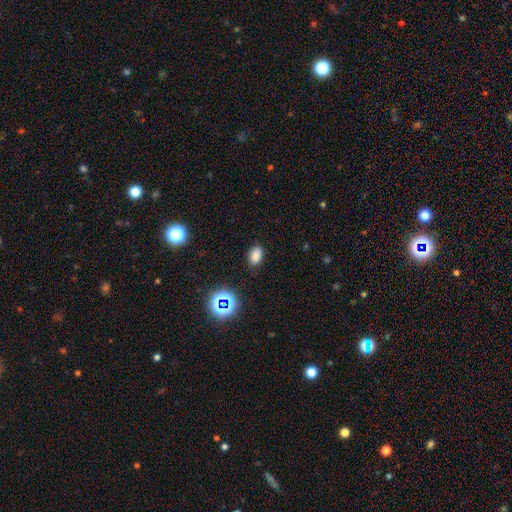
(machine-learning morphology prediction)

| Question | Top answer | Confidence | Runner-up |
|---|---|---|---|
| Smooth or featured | smooth | 78% | star or artifact (17%) |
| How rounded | in between | 86% | round (12%) |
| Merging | none | 85% | minor disturbance (11%) |